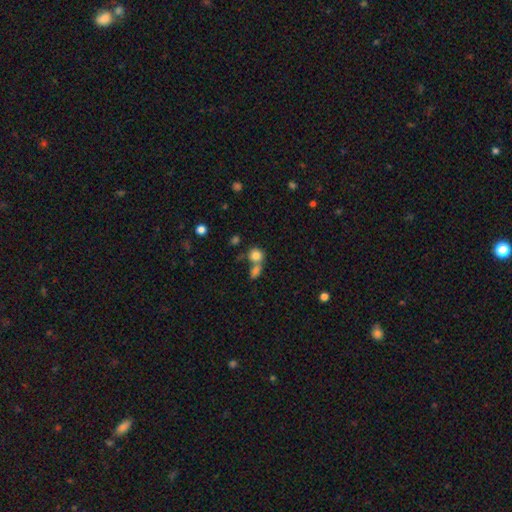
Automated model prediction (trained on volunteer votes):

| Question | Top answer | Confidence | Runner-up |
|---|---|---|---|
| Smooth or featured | smooth | 80% | star or artifact (11%) |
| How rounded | round | 79% | in between (20%) |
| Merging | merger | 46% | none (41%) |